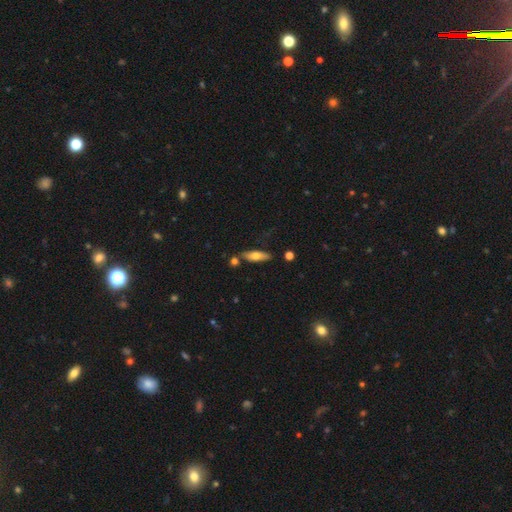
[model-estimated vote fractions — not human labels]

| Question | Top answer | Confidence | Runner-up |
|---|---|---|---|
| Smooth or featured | smooth | 61% | featured or disk (33%) |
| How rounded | cigar-shaped | 55% | in between (42%) |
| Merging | none | 76% | minor disturbance (14%) |